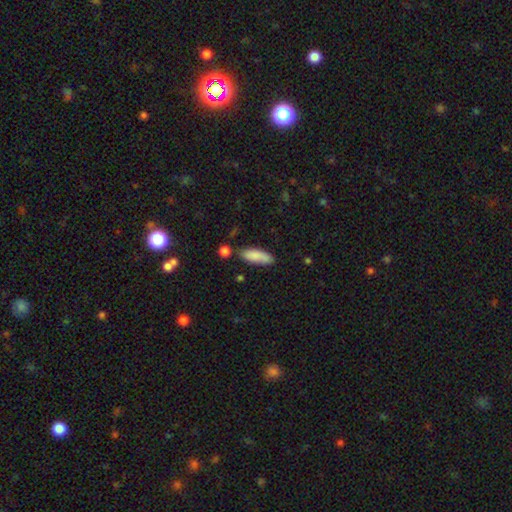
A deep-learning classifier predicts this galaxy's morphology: Smooth or featured? Predicted: smooth (p=0.85). How rounded? Predicted: in between (p=0.61). Merging? Predicted: none (p=0.72).